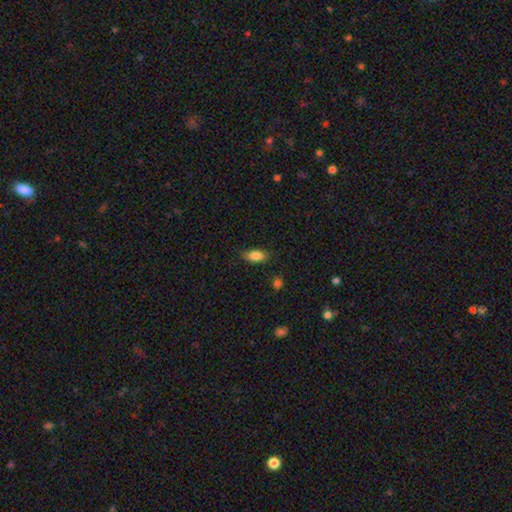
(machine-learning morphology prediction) A smooth galaxy with no disk features (84%) that is in between round and cigar-shaped (87%). Merging: none (79%).